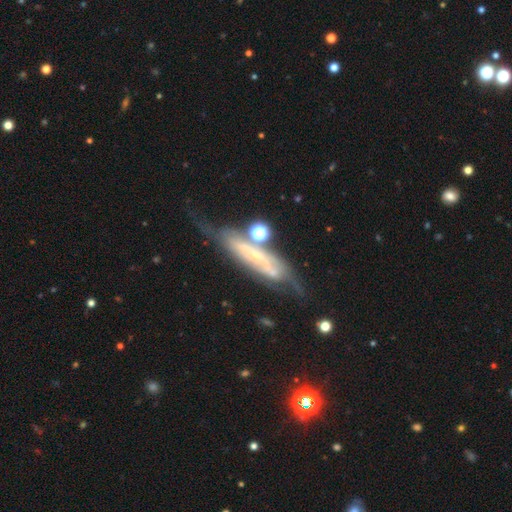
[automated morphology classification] Q: Smooth or featured?
A: featured or disk (70%); runner-up: smooth (21%)
Q: Edge-on disk?
A: no (54%); runner-up: yes (46%)
Q: Merging?
A: none (45%); runner-up: minor disturbance (25%)